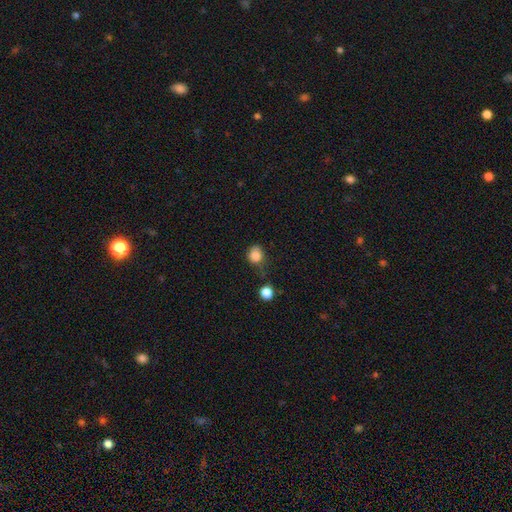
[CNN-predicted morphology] Smooth or featured? smooth (83%)
How rounded? round (74%)
Merging? none (55%)